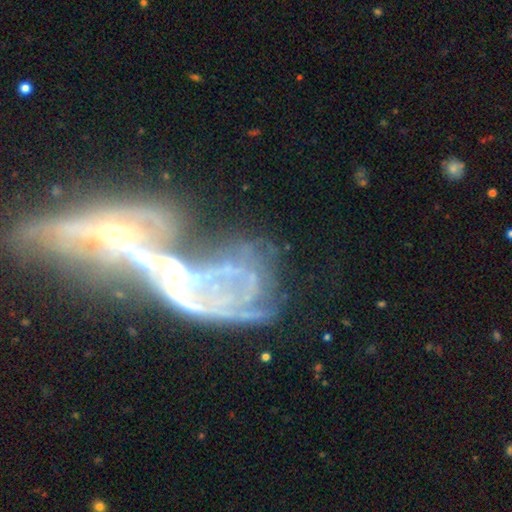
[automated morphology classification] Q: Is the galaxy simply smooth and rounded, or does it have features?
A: featured or disk — 73%.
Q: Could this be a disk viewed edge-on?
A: no — 92%.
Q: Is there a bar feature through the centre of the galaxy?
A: no — 62%.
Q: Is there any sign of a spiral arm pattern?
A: yes — 70%.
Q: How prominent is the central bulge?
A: moderate — 41%.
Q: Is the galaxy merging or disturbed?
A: major disturbance — 34%.